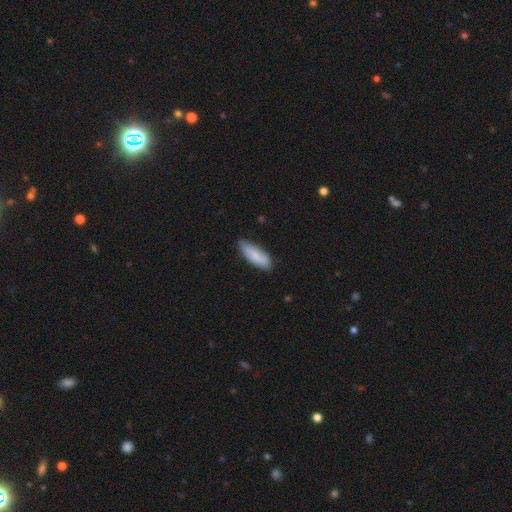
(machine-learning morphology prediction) smooth_or_featured: smooth (p=0.81) [alt: featured or disk p=0.13]
how_rounded: in between (p=0.66) [alt: cigar-shaped p=0.33]
merging: none (p=0.74) [alt: minor disturbance p=0.21]